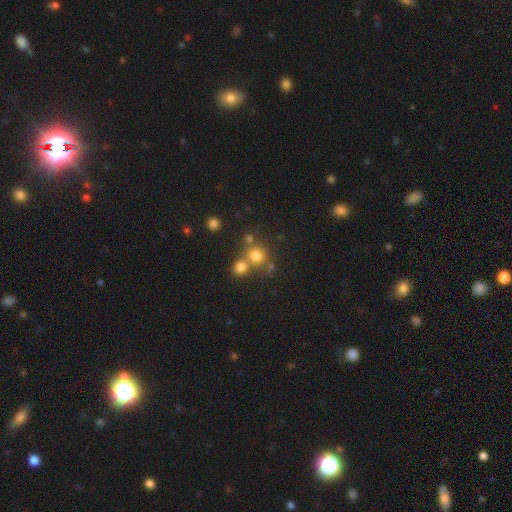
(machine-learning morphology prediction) smooth 76%, star or artifact 15%, featured or disk 9%. Down the decision tree: how rounded — round (86%); merging — none (56%).